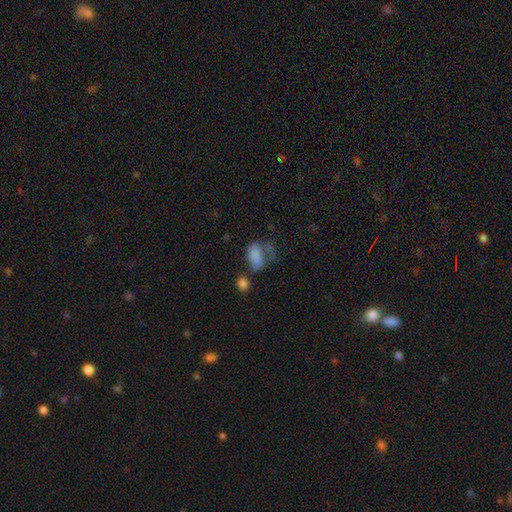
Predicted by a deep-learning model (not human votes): Smooth or featured? smooth (74%)
How rounded? in between (84%)
Merging? major disturbance (36%)